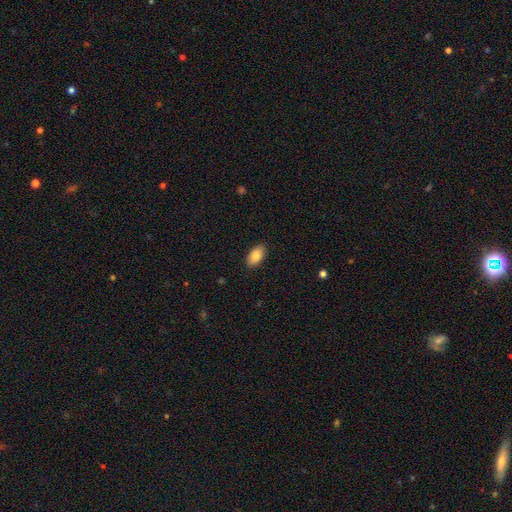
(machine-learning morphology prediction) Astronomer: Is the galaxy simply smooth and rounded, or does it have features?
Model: smooth — 86%.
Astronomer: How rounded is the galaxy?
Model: in between — 94%.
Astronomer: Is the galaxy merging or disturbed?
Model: none — 88%.